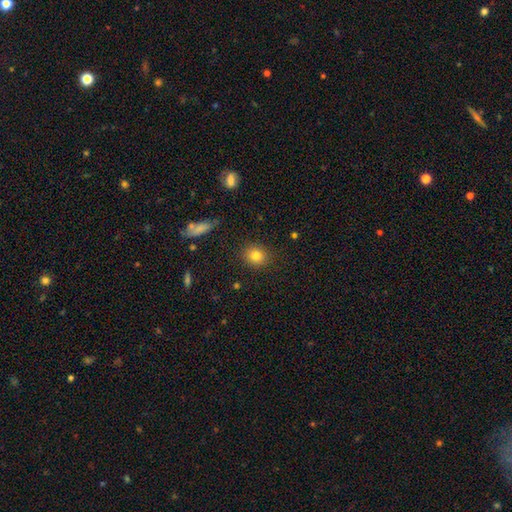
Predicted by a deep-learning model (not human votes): Morphology: type=smooth (82%); roundness=round (75%); merging=none (89%).